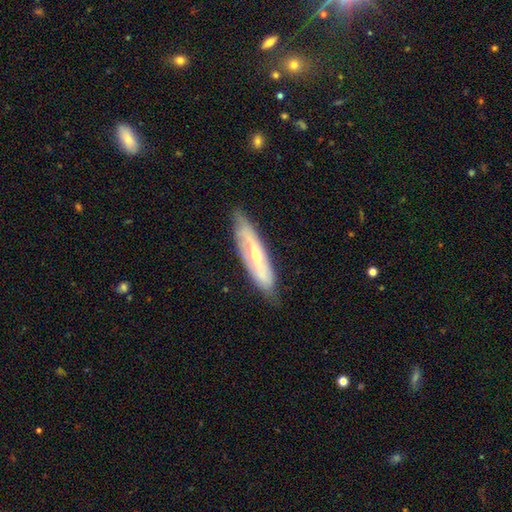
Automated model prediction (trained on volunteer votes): This is likely a featured or disk galaxy (61%). It is possibly not viewed edge-on (50%, tied with yes). Merging: clearly none (83%).